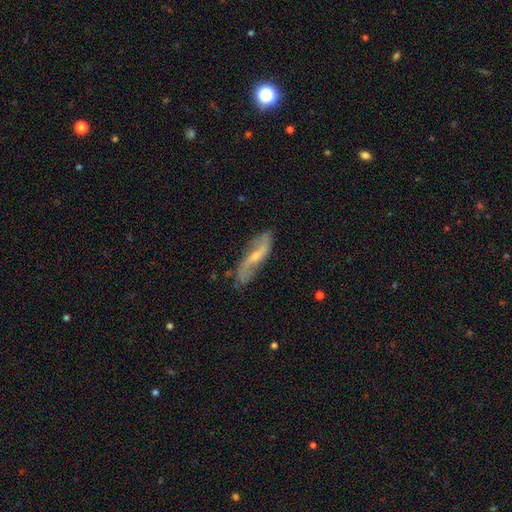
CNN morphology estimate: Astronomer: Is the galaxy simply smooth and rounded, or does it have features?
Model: featured or disk — 75%.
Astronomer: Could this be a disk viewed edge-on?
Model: no — 79%.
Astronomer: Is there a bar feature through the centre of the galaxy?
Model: weak — 41% (runner-up: no, 31%).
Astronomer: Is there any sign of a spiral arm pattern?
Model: yes — 91%.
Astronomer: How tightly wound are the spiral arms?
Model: loose — 71%.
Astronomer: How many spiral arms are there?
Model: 2 — 89%.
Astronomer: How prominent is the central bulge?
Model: small — 66%.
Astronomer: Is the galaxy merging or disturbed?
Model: none — 74%.